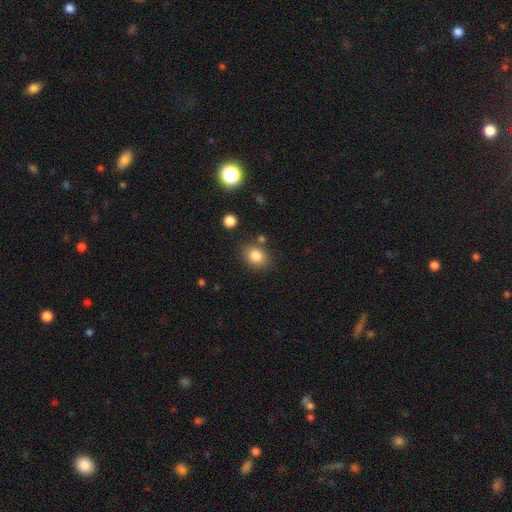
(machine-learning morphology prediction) This is clearly a smooth galaxy (83%). How rounded: possibly round (56%). Merging: likely none (78%).